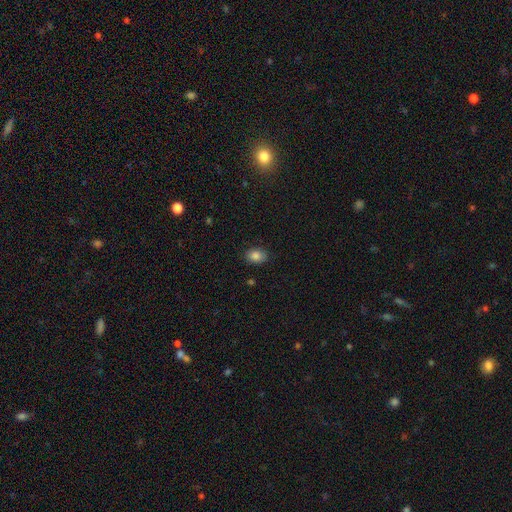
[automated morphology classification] smooth_or_featured: smooth (p=0.86) [alt: star or artifact p=0.09]
how_rounded: in between (p=0.72) [alt: round p=0.27]
merging: none (p=0.88) [alt: minor disturbance p=0.09]